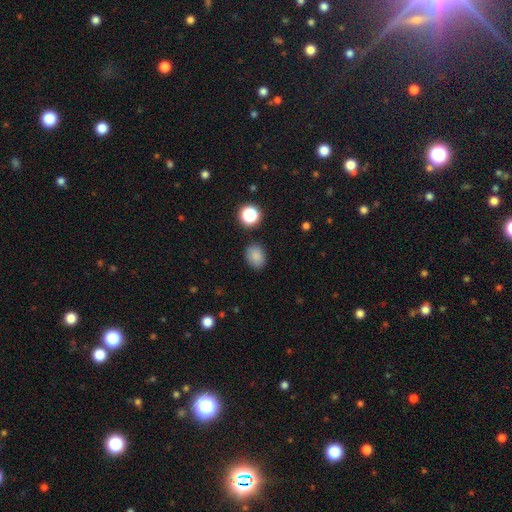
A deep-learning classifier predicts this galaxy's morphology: A smooth galaxy with no disk features (83%) that is in between round and cigar-shaped (52%). Merging: none (84%).